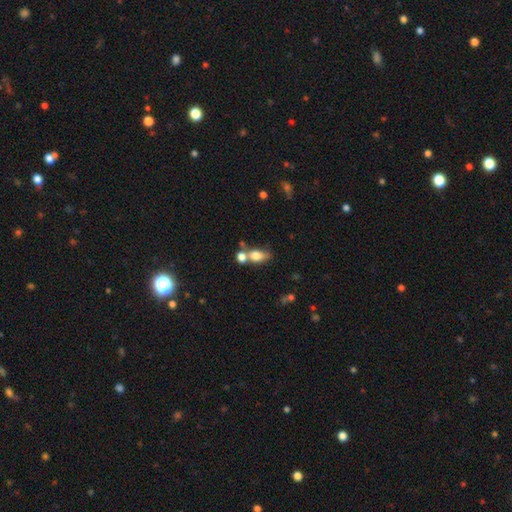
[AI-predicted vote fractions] Smooth or featured: smooth — 72% (featured or disk — 17%)
How rounded: in between — 72% (round — 20%)
Merging: merger — 44% (none — 35%)